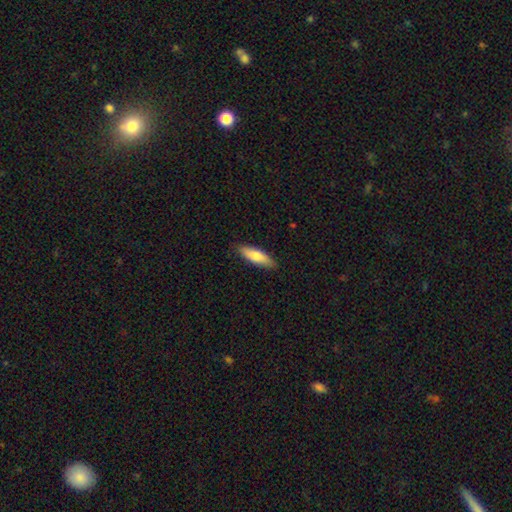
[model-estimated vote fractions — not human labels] This is likely a smooth galaxy (76%). How rounded: possibly cigar-shaped (56%). Merging: clearly none (87%).